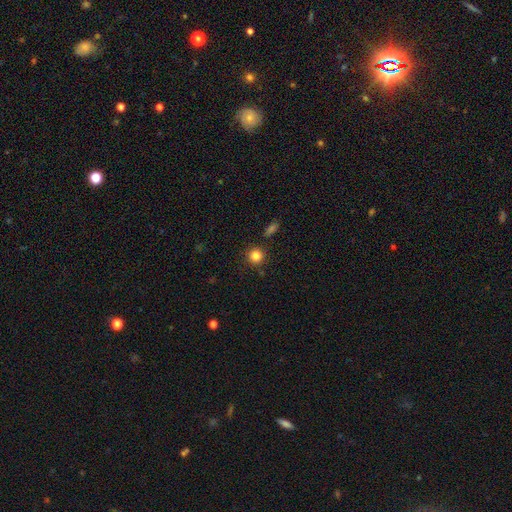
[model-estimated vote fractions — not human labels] This is clearly a smooth galaxy (84%). How rounded: clearly round (93%). Merging: clearly none (87%).